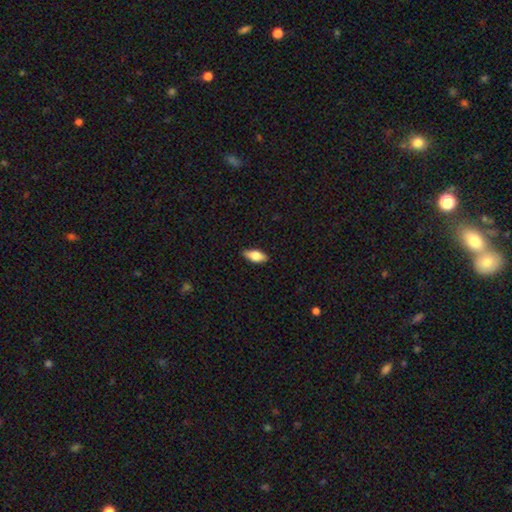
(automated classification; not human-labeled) smooth 71%, featured or disk 22%, star or artifact 7%. Down the decision tree: how rounded — in between (83%); merging — none (88%).